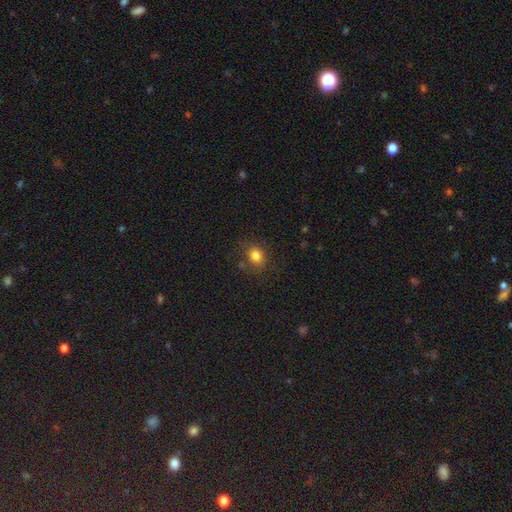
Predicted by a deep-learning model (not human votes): The model was most divided on "how rounded": round: 58%, in between: 41%, cigar-shaped: 1%. More confident: smooth or featured — smooth (81%); merging — none (76%).